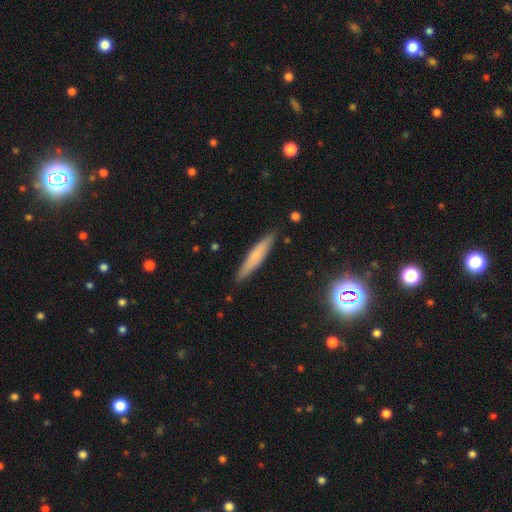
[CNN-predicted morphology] Smooth or featured? smooth (61%)
How rounded? cigar-shaped (90%)
Merging? none (88%)